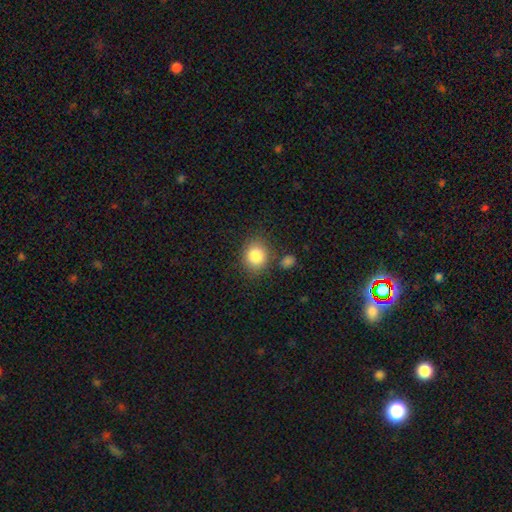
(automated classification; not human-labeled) A smooth galaxy with no disk features (85%) that is round (72%).

Vote fractions:
- Smooth or featured? smooth: 85% / star or artifact: 9% / featured or disk: 6%
- How rounded? round: 72% / in between: 27% / cigar-shaped: 1%
- Merging? none: 78% / minor disturbance: 11% / merger: 7% / major disturbance: 4%